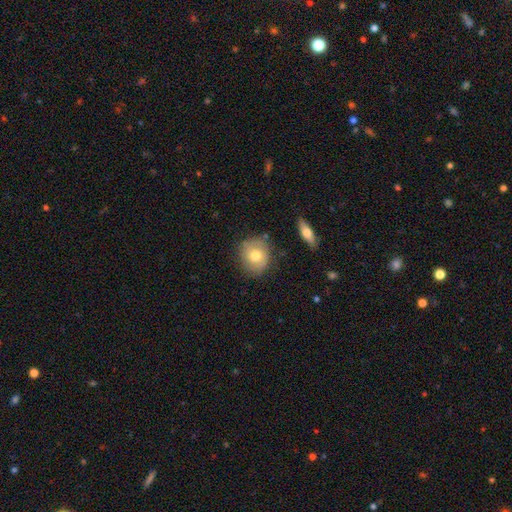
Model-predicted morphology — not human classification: smooth_or_featured: smooth (p=0.64) [alt: featured or disk p=0.28]
how_rounded: round (p=0.76) [alt: in between p=0.22]
merging: none (p=0.76) [alt: minor disturbance p=0.17]